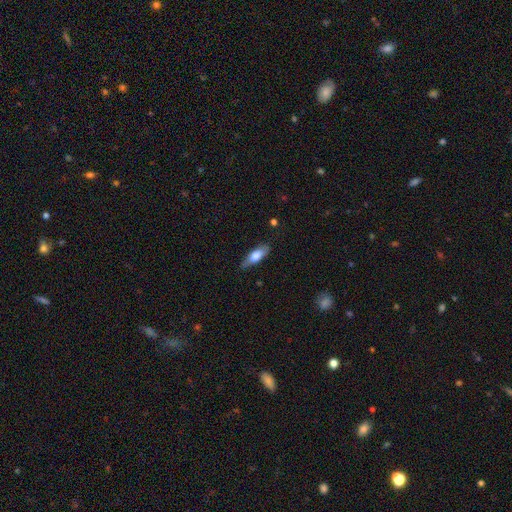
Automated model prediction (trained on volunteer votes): Smooth or featured?
  - smooth: 65% *
  - featured or disk: 29%
  - star or artifact: 6%
How rounded?
  - in between: 57% *
  - cigar-shaped: 40%
  - round: 3%
Merging?
  - none: 73% *
  - minor disturbance: 21%
  - major disturbance: 4%
  - merger: 1%